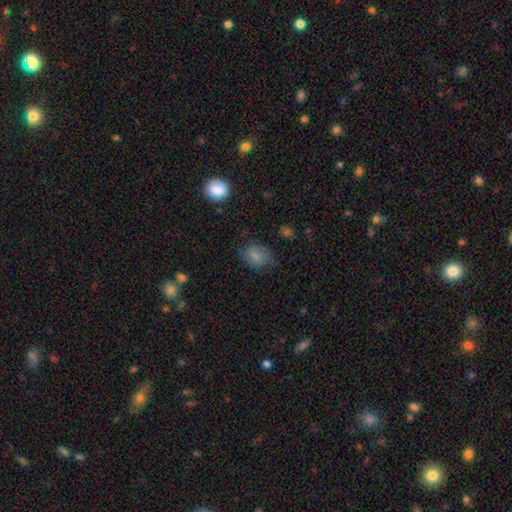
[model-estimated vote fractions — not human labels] Smooth or featured? smooth (80%)
How rounded? in between (65%)
Merging? none (71%)